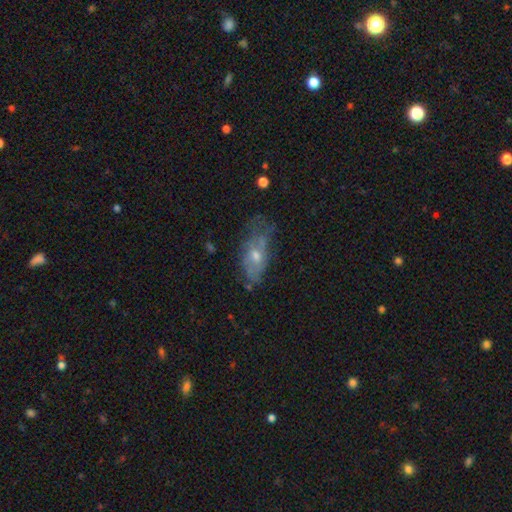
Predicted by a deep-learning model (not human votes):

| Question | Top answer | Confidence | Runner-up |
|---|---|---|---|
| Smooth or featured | featured or disk | 48% | smooth (41%) |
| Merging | none | 41% | minor disturbance (31%) |